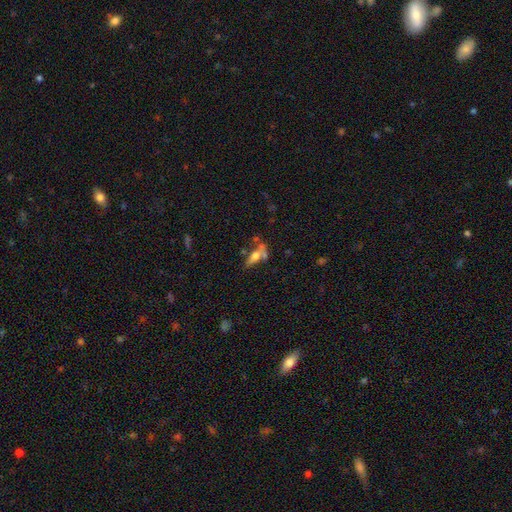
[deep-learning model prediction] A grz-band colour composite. It shows a smooth galaxy with no disk features (45%). Merging: none (41%).